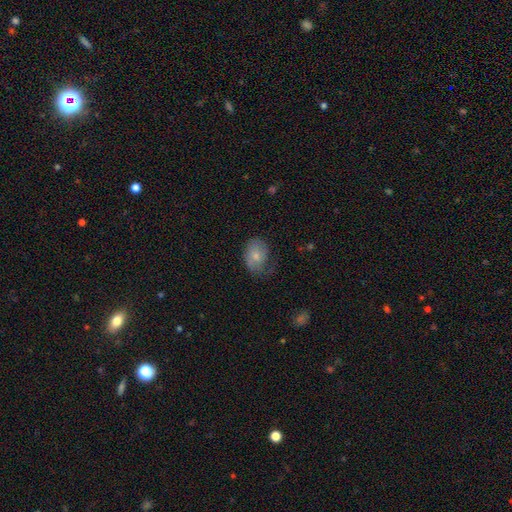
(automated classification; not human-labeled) This appears to be a smooth galaxy with no disk features (64%) that is in between round and cigar-shaped (73%). Merging: none (50%).